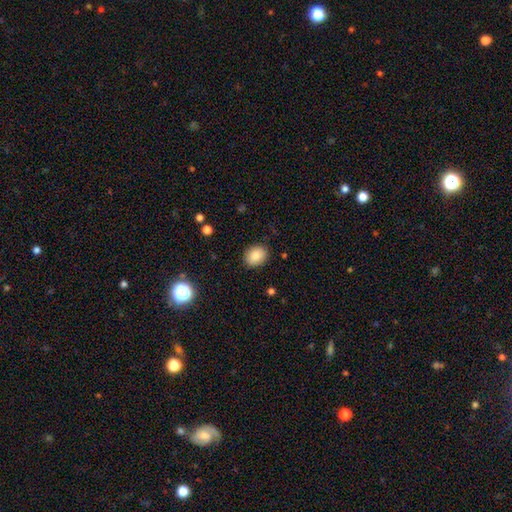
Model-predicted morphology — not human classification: smooth 86%, star or artifact 9%, featured or disk 5%. Down the decision tree: how rounded — in between (55%); merging — none (88%).